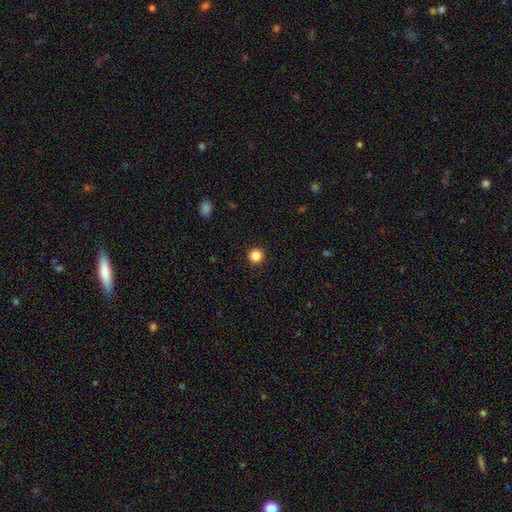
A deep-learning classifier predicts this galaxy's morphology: The model was most divided on "smooth or featured": smooth: 85%, star or artifact: 11%, featured or disk: 4%. More confident: how rounded — round (96%); merging — none (94%).